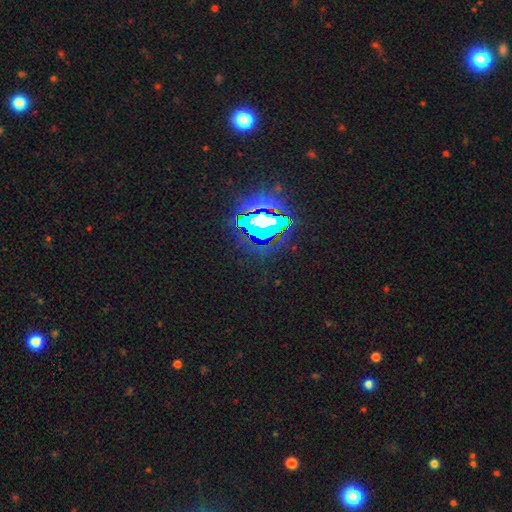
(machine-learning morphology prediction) A star or artifact, not a galaxy (85%).